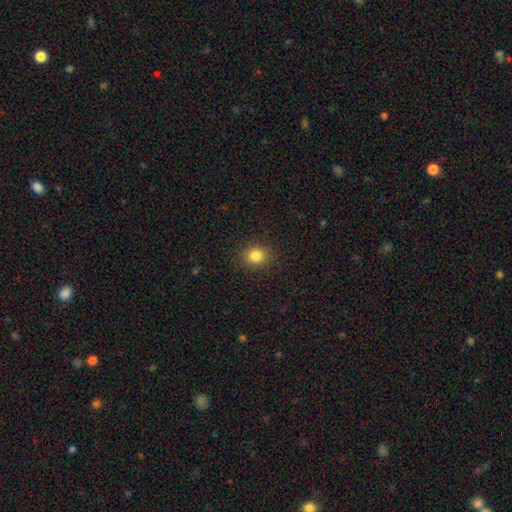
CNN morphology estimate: This appears to be a smooth galaxy with no disk features (83%) that is round (72%). Merging: none (90%).